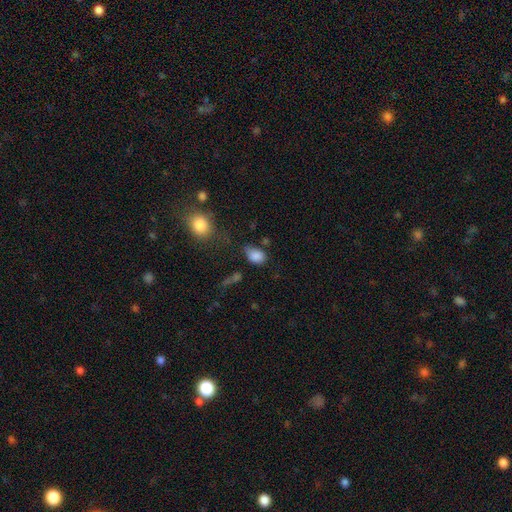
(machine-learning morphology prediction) A smooth galaxy with no disk features (84%) that is in between round and cigar-shaped (76%). Merging: none (49%).